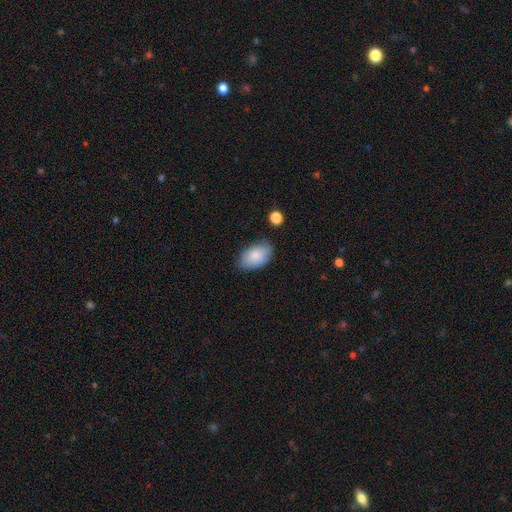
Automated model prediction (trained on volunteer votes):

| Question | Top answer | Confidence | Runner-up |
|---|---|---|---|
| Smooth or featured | smooth | 85% | featured or disk (8%) |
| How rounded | in between | 93% | round (5%) |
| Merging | none | 75% | minor disturbance (19%) |